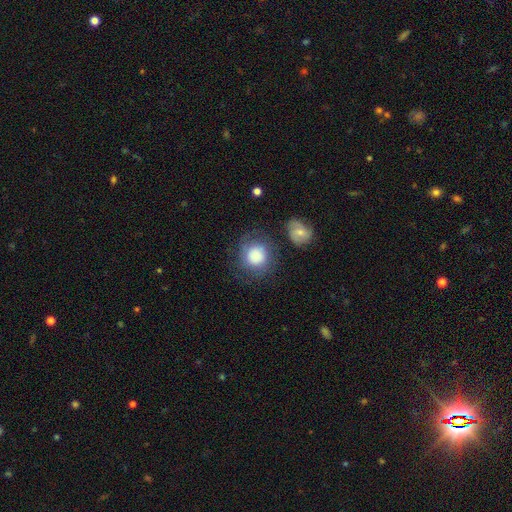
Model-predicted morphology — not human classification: Smooth or featured?
  - smooth: 77% *
  - featured or disk: 15%
  - star or artifact: 8%
How rounded?
  - round: 87% *
  - in between: 12%
  - cigar-shaped: 1%
Merging?
  - none: 65% *
  - minor disturbance: 17%
  - major disturbance: 11%
  - merger: 7%